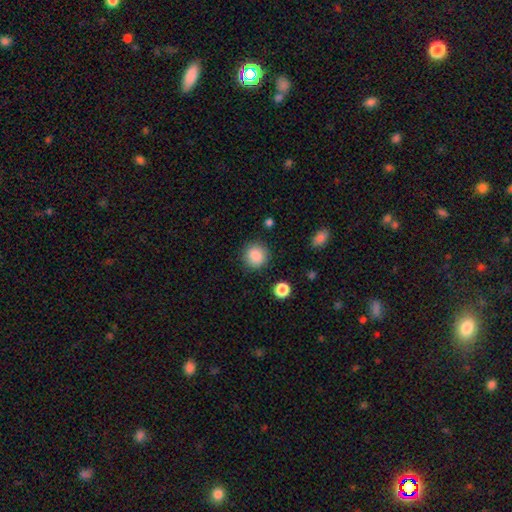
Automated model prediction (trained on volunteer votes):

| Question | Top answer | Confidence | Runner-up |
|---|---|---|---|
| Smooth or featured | smooth | 88% | star or artifact (9%) |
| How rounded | round | 92% | in between (7%) |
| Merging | none | 88% | minor disturbance (7%) |